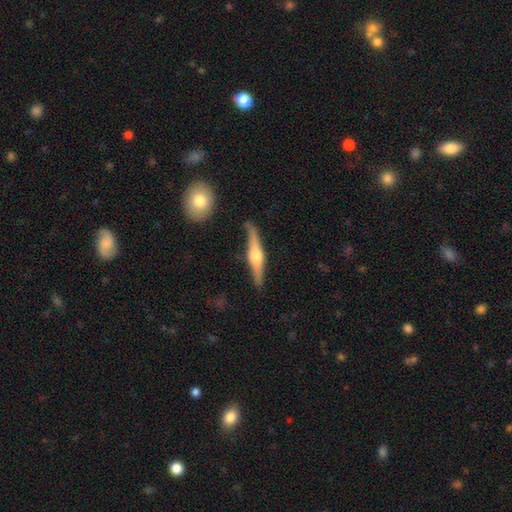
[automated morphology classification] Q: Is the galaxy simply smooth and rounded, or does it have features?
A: featured or disk — 73%.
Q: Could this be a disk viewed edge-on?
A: yes — 97%.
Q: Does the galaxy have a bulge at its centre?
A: rounded — 92%.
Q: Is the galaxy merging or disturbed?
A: none — 82%.